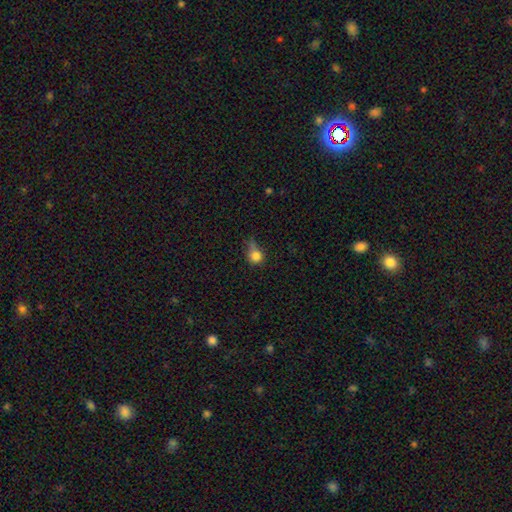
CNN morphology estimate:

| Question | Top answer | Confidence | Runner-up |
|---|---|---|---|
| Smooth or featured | smooth | 81% | star or artifact (11%) |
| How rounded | round | 81% | in between (18%) |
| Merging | none | 40% | minor disturbance (34%) |